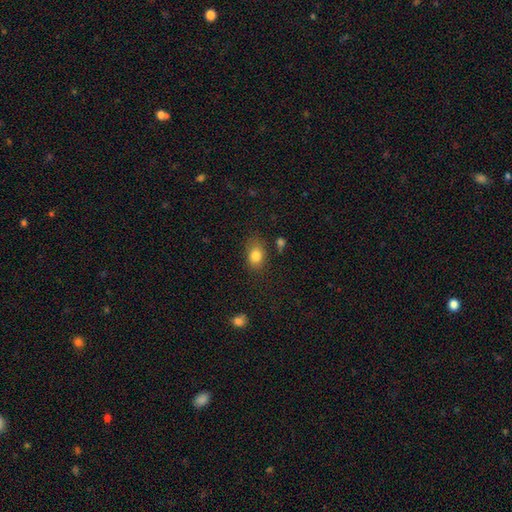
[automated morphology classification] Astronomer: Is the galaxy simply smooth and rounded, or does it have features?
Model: smooth — 83%.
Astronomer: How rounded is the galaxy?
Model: in between — 73%.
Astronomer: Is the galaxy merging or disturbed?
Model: none — 71%.